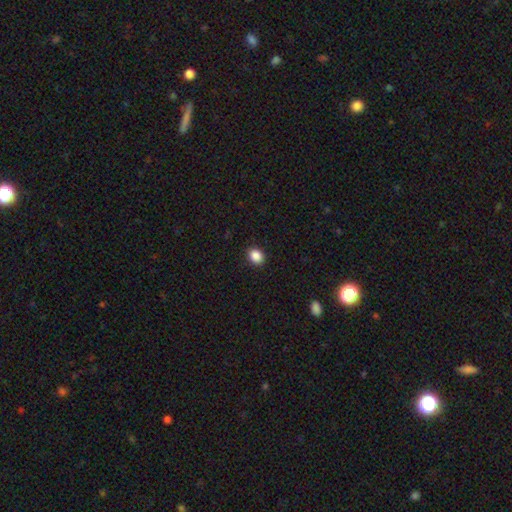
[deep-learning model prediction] smooth_or_featured: smooth (p=0.88) [alt: star or artifact p=0.09]
how_rounded: in between (p=0.50) [alt: round p=0.49]
merging: none (p=0.90) [alt: minor disturbance p=0.07]